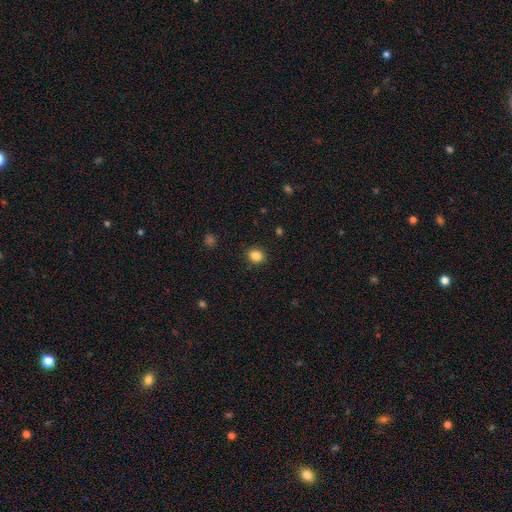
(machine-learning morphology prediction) type=smooth (85%); roundness=round (68%); merging=none (90%).